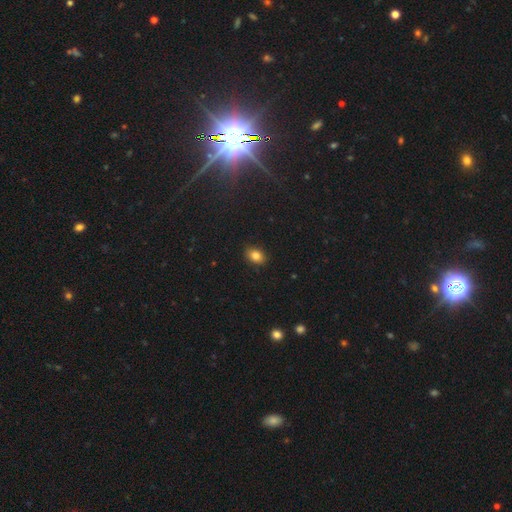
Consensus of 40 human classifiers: This is clearly a smooth galaxy (88%). How rounded: likely in between (71%). Merging: clearly none (92%).